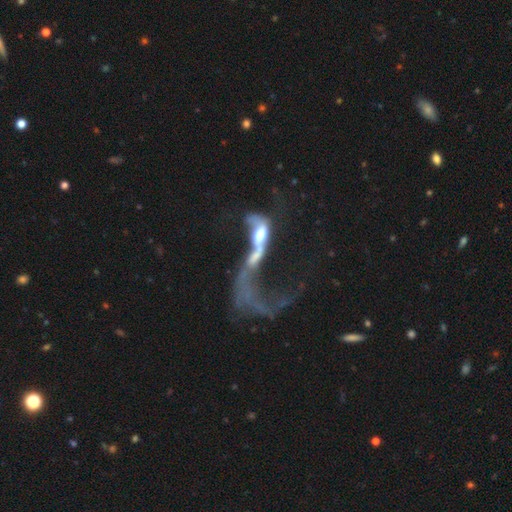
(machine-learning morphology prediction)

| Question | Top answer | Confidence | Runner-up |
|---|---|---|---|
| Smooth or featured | featured or disk | 55% | smooth (35%) |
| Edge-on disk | no | 83% | yes (17%) |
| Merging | merger | 64% | major disturbance (28%) |